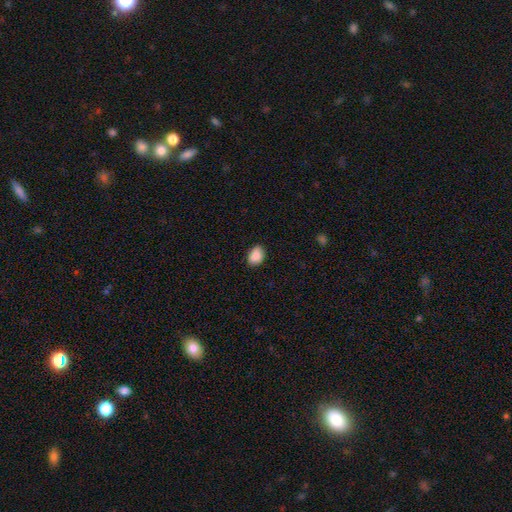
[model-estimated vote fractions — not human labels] This appears to be a smooth galaxy with no disk features (90%) that is in between round and cigar-shaped (79%). Merging: none (84%).